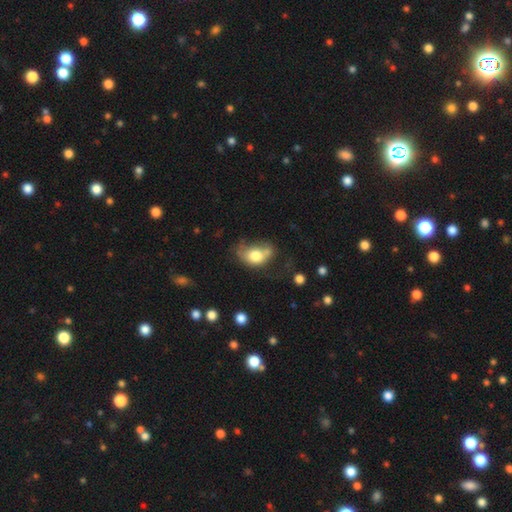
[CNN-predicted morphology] Smooth or featured: smooth — 71% (featured or disk — 20%)
How rounded: in between — 71% (round — 28%)
Merging: minor disturbance — 27% (tied with major disturbance — 27%)